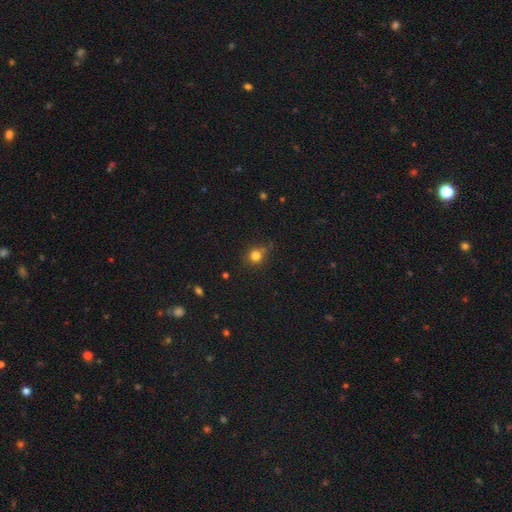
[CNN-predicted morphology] Smooth or featured?
  - smooth: 79% *
  - star or artifact: 14%
  - featured or disk: 6%
How rounded?
  - round: 86% *
  - in between: 13%
  - cigar-shaped: 1%
Merging?
  - none: 72% *
  - minor disturbance: 20%
  - major disturbance: 5%
  - merger: 3%